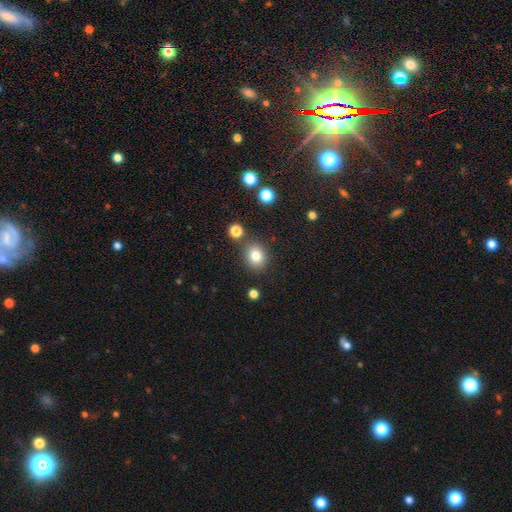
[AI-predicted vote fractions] A smooth galaxy with no disk features (80%) that is round (75%). Merging: none (80%).